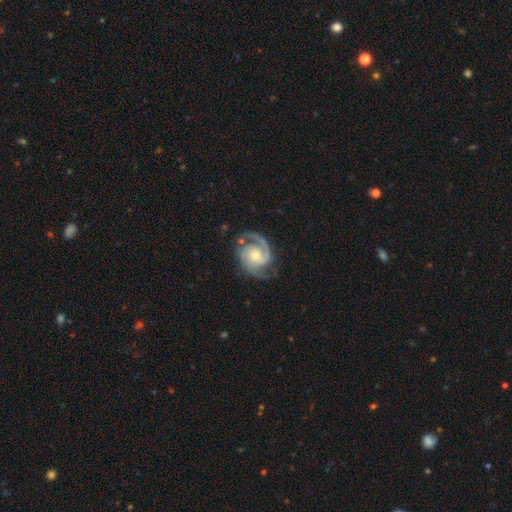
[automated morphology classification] Smooth or featured? featured or disk (91%)
Edge-on disk? no (98%)
Bar? no (68%)
Spiral arms? yes (98%)
Spiral winding? medium (49%)
Spiral arm count? 2 (80%)
Bulge size? moderate (51%)
Merging? none (72%)